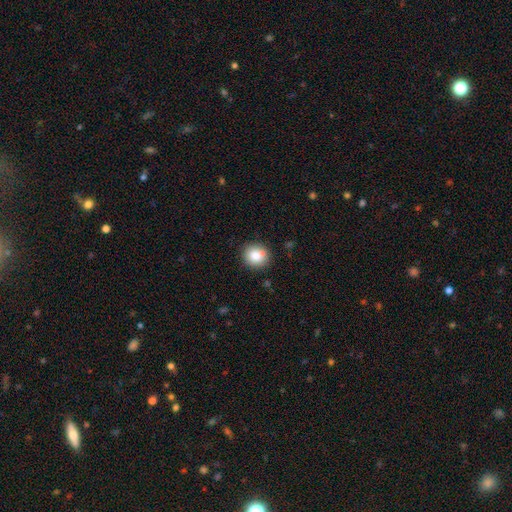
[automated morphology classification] The model was most divided on "merging": none: 76%, minor disturbance: 12%, merger: 8%, major disturbance: 3%. More confident: how rounded — round (85%); smooth or featured — smooth (81%).